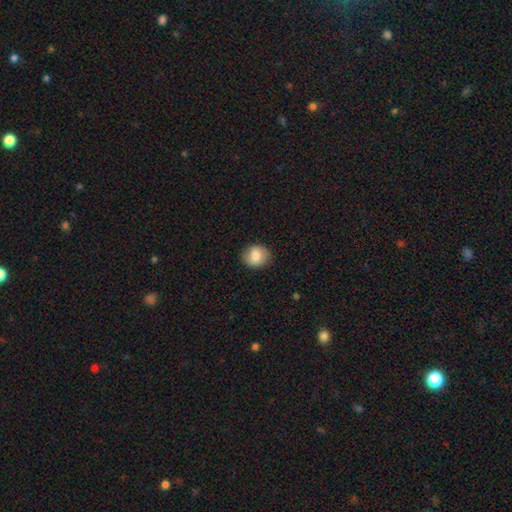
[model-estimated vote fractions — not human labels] Smooth or featured? smooth (80%)
How rounded? round (72%)
Merging? none (86%)